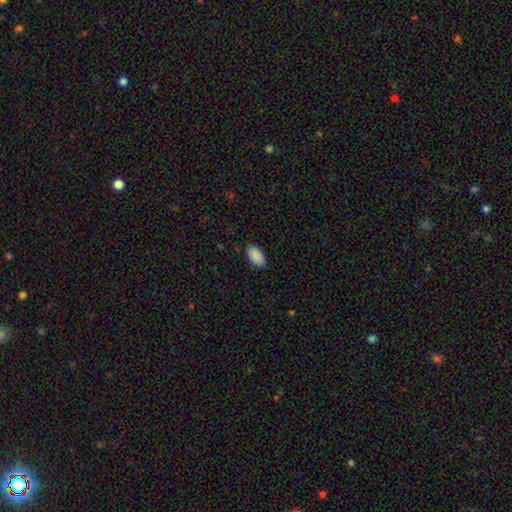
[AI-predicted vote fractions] Overall: smooth (90%). How rounded: in between (95%). Merging: none (87%).